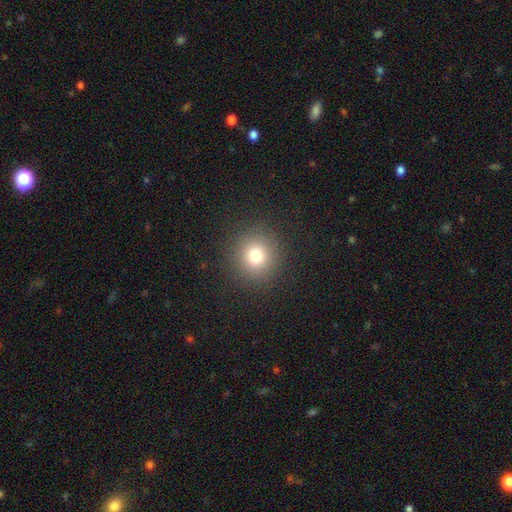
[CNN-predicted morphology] Q: Smooth or featured?
A: smooth (77%); runner-up: star or artifact (15%)
Q: How rounded?
A: round (92%); runner-up: in between (7%)
Q: Merging?
A: none (90%); runner-up: minor disturbance (6%)